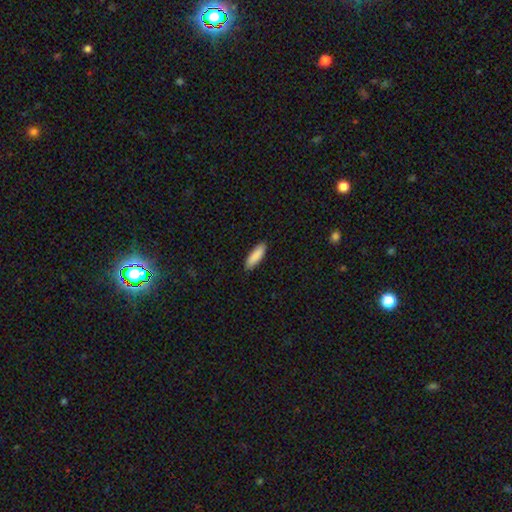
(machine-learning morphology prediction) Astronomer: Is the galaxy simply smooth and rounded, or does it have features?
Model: smooth — 89%.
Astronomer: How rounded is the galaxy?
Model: in between — 51% (runner-up: cigar-shaped, 48%).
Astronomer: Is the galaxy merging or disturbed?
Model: none — 88%.